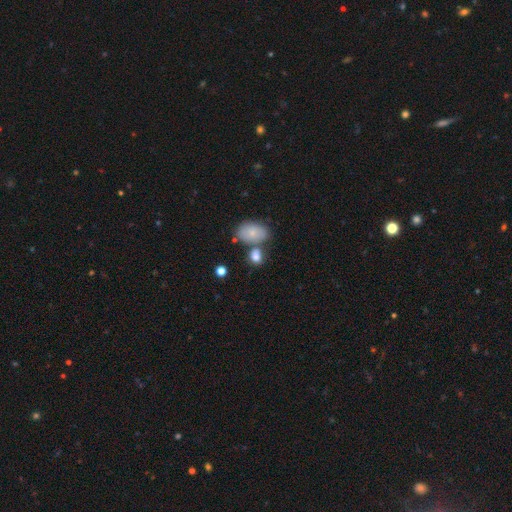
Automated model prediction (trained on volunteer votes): Overall: smooth (80%). How rounded: in between (53%; round 45%). Merging: none (55%; merger 26%).